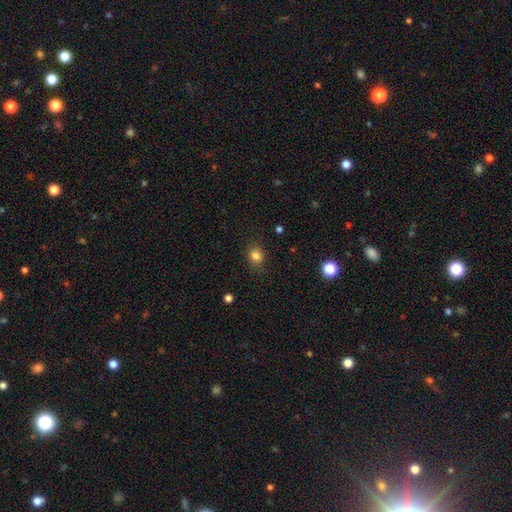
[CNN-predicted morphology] The model was most divided on "how rounded": round: 68%, in between: 32%, cigar-shaped: 1%. More confident: merging — none (84%); smooth or featured — smooth (84%).